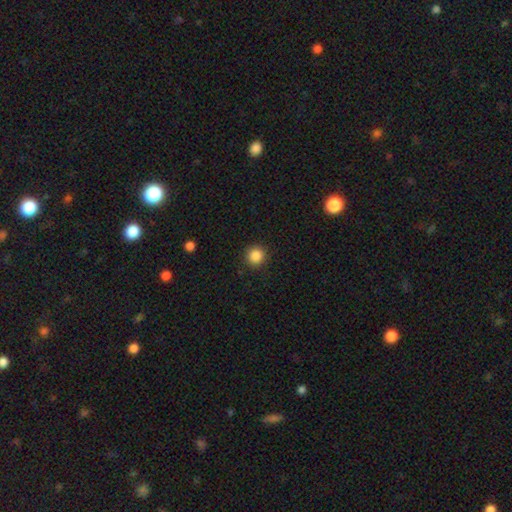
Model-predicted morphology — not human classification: Smooth or featured: smooth — 86% (star or artifact — 10%)
How rounded: round — 94% (in between — 6%)
Merging: none — 91% (minor disturbance — 6%)